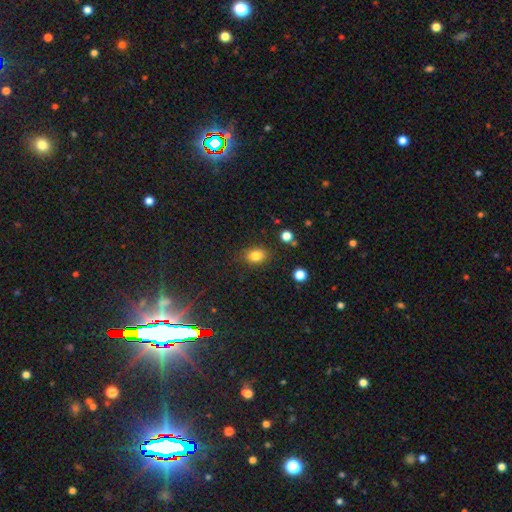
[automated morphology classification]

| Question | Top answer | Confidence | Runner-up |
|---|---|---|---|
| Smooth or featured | smooth | 82% | star or artifact (12%) |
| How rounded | in between | 64% | round (35%) |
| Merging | none | 82% | minor disturbance (12%) |